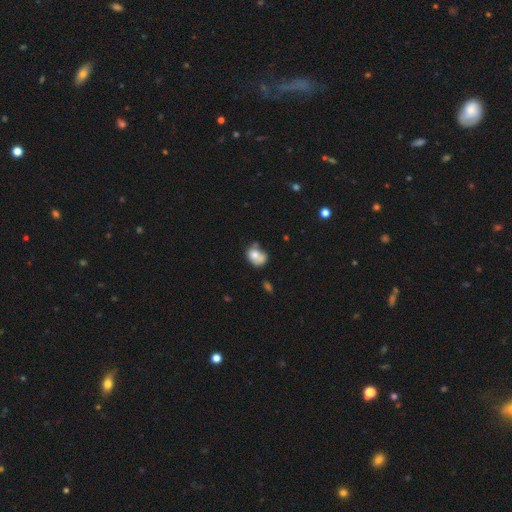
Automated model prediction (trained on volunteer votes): Q: Smooth or featured?
A: smooth (70%); runner-up: featured or disk (20%)
Q: How rounded?
A: in between (57%); runner-up: round (42%)
Q: Merging?
A: merger (30%); runner-up: none (29%)